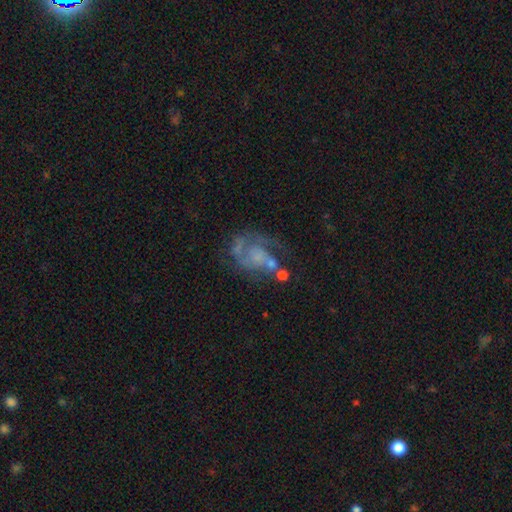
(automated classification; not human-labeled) A featured or disk galaxy (72%) with no bar (77%), 2 (38%) medium (42%) spiral arms (77%) and no central bulge (54%). Merging: major disturbance (36%).